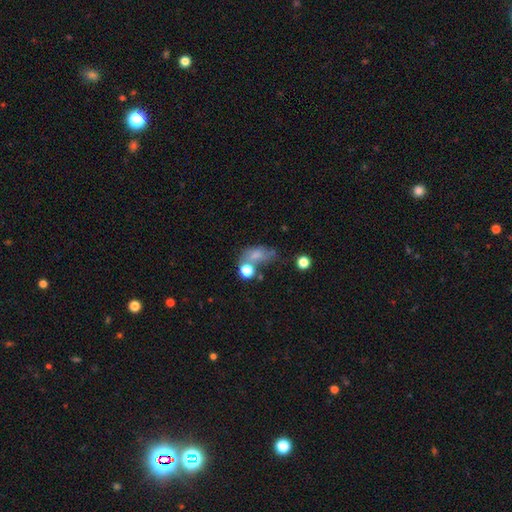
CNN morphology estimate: Smooth or featured? Predicted: smooth (p=0.62). How rounded? Predicted: in between (p=0.74). Merging? Predicted: merger (p=0.27, tied with none).